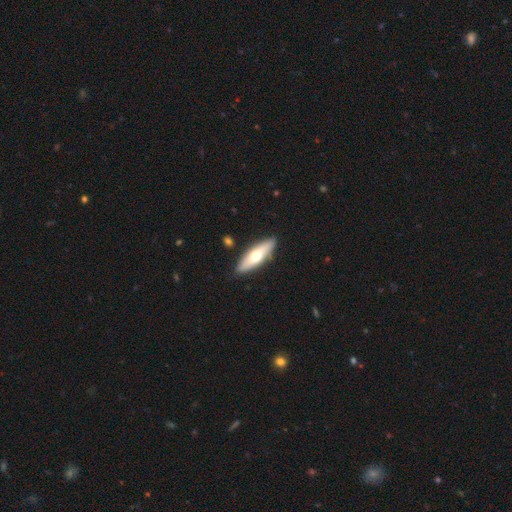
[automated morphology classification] smooth 54%, featured or disk 41%, star or artifact 5%. Down the decision tree: how rounded — in between (49%, tied with cigar-shaped); merging — none (87%).